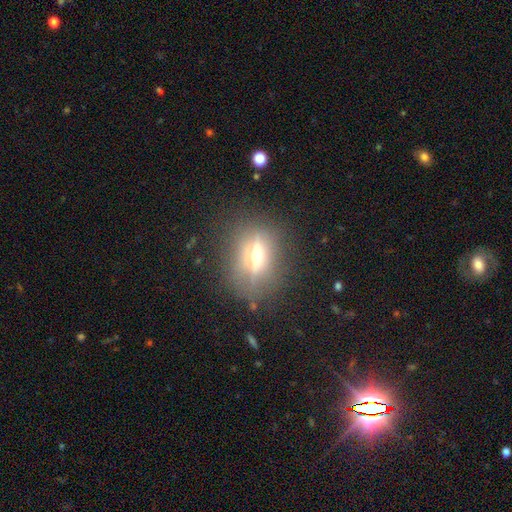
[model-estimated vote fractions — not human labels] Smooth or featured: featured or disk — 58% (smooth — 29%)
Edge-on disk: yes — 72% (no — 28%)
Merging: none — 78% (minor disturbance — 13%)